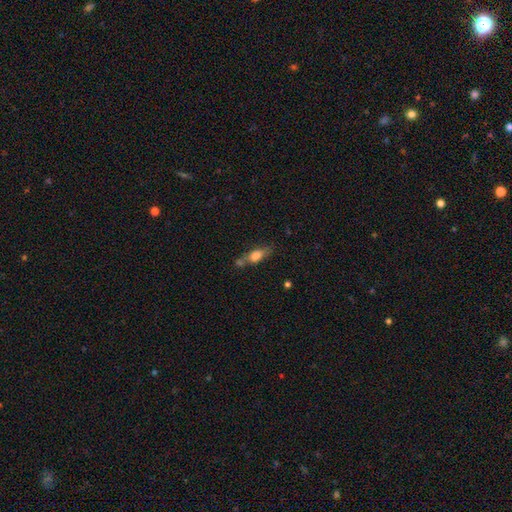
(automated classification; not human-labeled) Smooth or featured?
  - smooth: 66% *
  - featured or disk: 25%
  - star or artifact: 9%
How rounded?
  - in between: 62% *
  - cigar-shaped: 32%
  - round: 6%
Merging?
  - none: 45% *
  - merger: 27%
  - minor disturbance: 20%
  - major disturbance: 9%